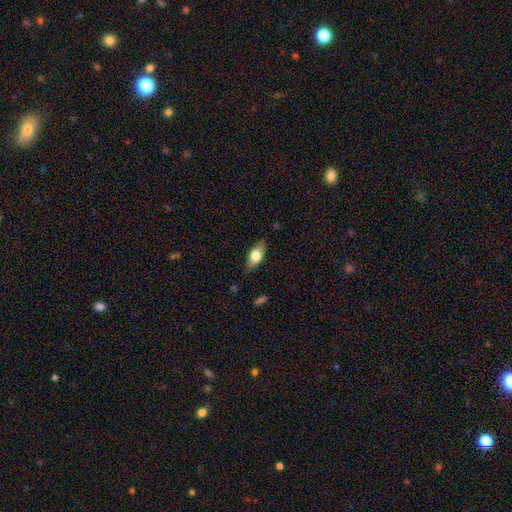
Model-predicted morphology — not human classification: Overall: smooth (61%; featured or disk 32%). How rounded: in between (76%). Merging: none (82%).